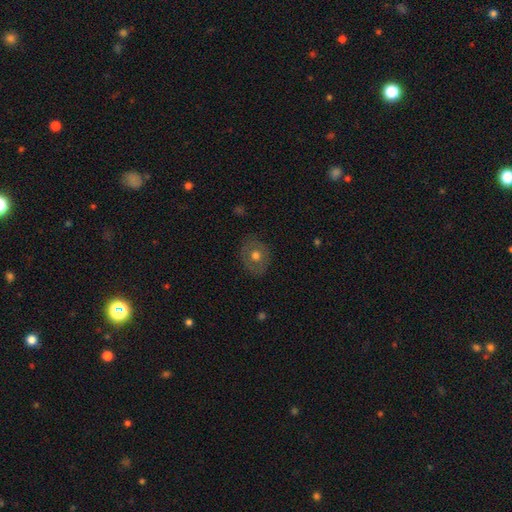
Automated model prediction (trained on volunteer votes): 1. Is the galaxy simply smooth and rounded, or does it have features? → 59% smooth, 32% featured or disk, 9% star or artifact.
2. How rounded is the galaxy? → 67% round, 32% in between, 1% cigar-shaped.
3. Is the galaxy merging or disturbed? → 83% none, 12% minor disturbance, 4% major disturbance, 1% merger.